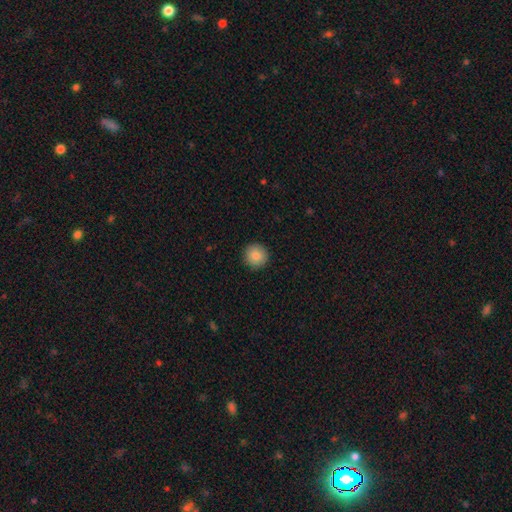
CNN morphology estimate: This is clearly a smooth galaxy (86%). How rounded: clearly round (95%). Merging: clearly none (92%).